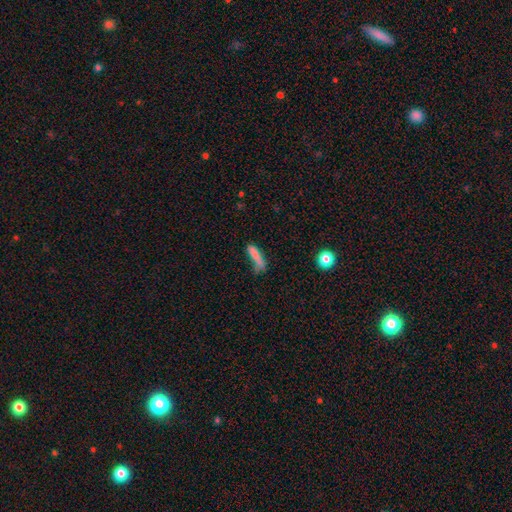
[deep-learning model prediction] A smooth galaxy with no disk features (75%) that is cigar-shaped (72%).

Vote fractions:
- Smooth or featured? smooth: 75% / featured or disk: 14% / star or artifact: 11%
- How rounded? cigar-shaped: 72% / in between: 25% / round: 3%
- Merging? none: 42% / minor disturbance: 26% / major disturbance: 19% / merger: 14%